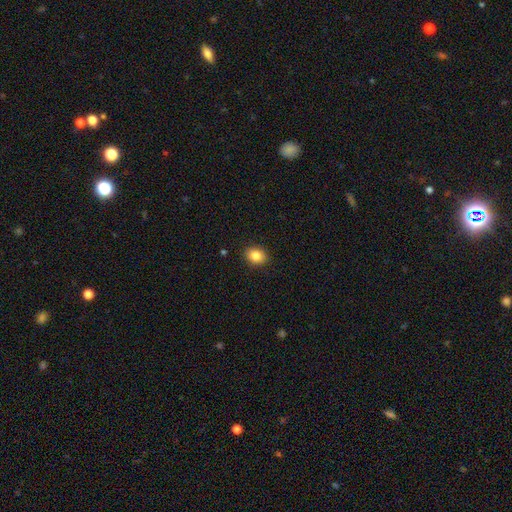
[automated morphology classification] Smooth or featured?
  - smooth: 85% *
  - star or artifact: 9%
  - featured or disk: 6%
How rounded?
  - in between: 51% *
  - round: 48%
  - cigar-shaped: 1%
Merging?
  - none: 89% *
  - minor disturbance: 8%
  - major disturbance: 2%
  - merger: 1%